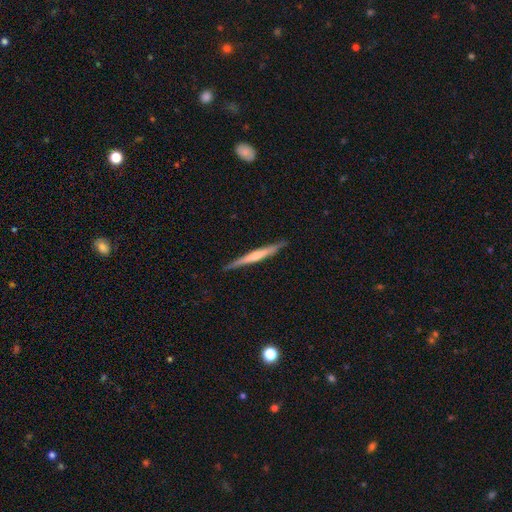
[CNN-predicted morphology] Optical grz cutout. It shows a featured or disk galaxy (59%) viewed edge-on (97%) with a rounded central bulge (52%). Merging: none (89%).